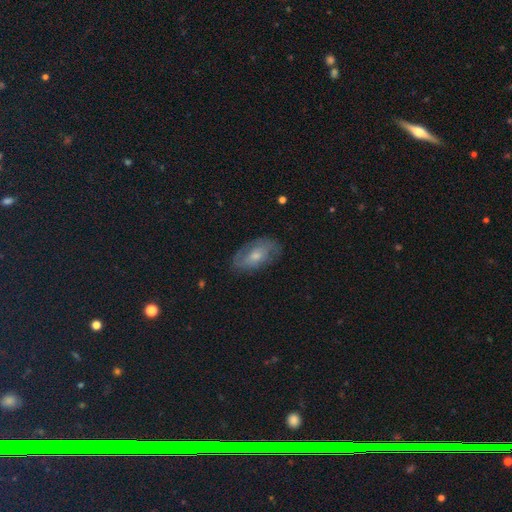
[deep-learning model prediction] Smooth or featured: featured or disk — 52% (smooth — 40%)
Edge-on disk: no — 92% (yes — 8%)
Merging: none — 73% (minor disturbance — 19%)